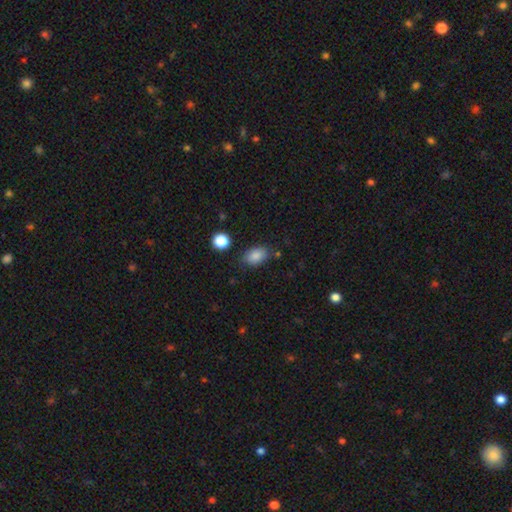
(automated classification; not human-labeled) The model was most divided on "merging": none: 78%, minor disturbance: 15%, major disturbance: 4%, merger: 4%. More confident: smooth or featured — smooth (86%); how rounded — in between (85%).